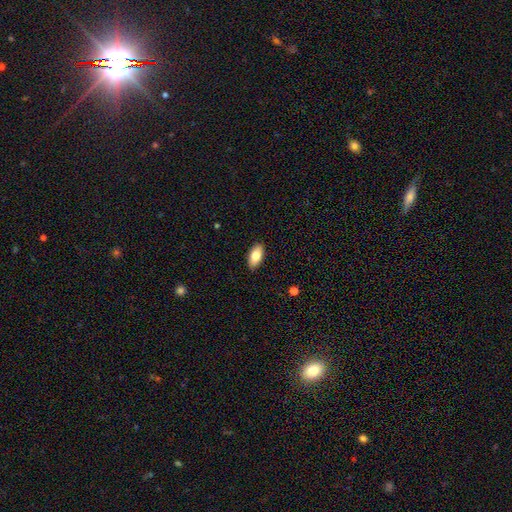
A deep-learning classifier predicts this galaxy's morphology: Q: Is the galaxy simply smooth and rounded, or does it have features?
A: smooth — 81%.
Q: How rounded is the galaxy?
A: in between — 91%.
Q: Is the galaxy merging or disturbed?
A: none — 90%.